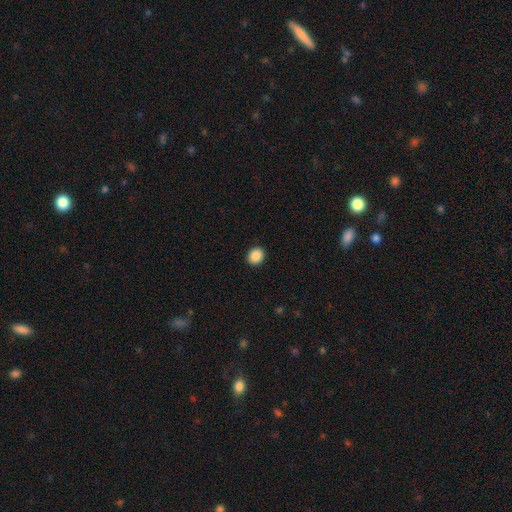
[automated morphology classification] Smooth or featured? Predicted: smooth (p=0.89). How rounded? Predicted: round (p=0.66). Merging? Predicted: none (p=0.92).